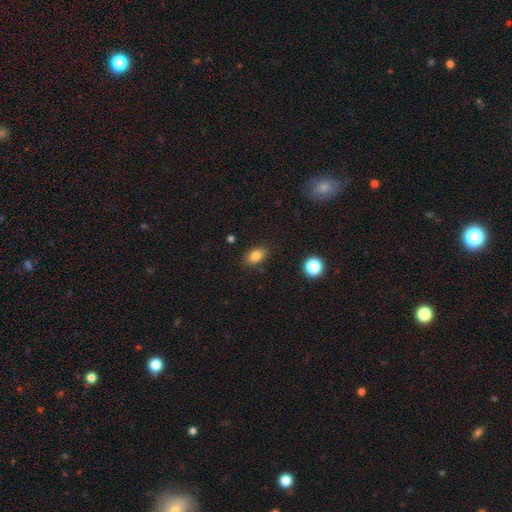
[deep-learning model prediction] Smooth or featured?
  - smooth: 83% *
  - star or artifact: 10%
  - featured or disk: 7%
How rounded?
  - in between: 84% *
  - round: 13%
  - cigar-shaped: 3%
Merging?
  - none: 85% *
  - minor disturbance: 11%
  - major disturbance: 3%
  - merger: 2%